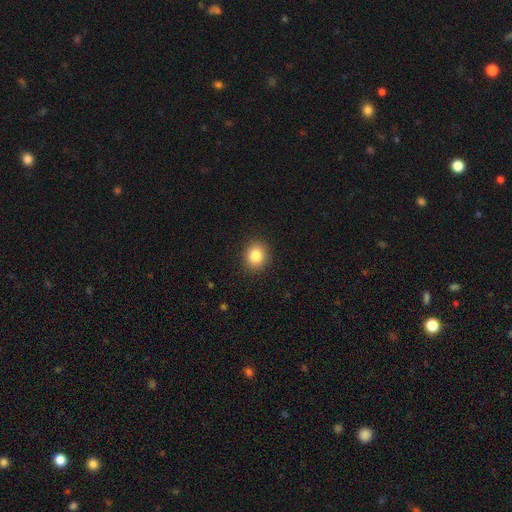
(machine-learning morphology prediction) Smooth or featured?
  - smooth: 84% *
  - star or artifact: 10%
  - featured or disk: 6%
How rounded?
  - round: 74% *
  - in between: 25%
  - cigar-shaped: 1%
Merging?
  - none: 90% *
  - minor disturbance: 7%
  - major disturbance: 2%
  - merger: 1%